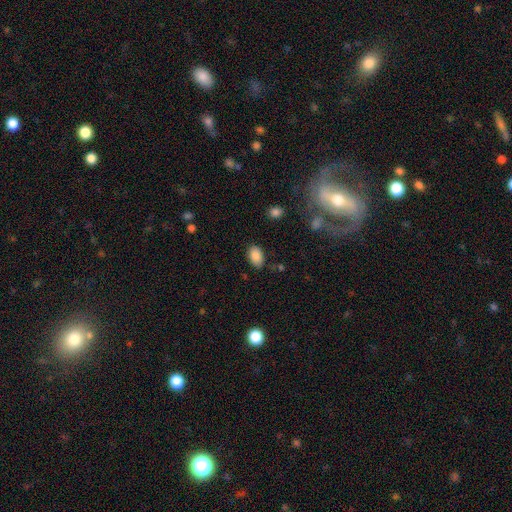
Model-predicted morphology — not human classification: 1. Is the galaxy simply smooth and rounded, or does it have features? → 86% smooth, 8% star or artifact, 6% featured or disk.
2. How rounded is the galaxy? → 90% in between, 9% round, 1% cigar-shaped.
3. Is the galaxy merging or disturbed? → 82% none, 13% minor disturbance, 3% major disturbance, 2% merger.